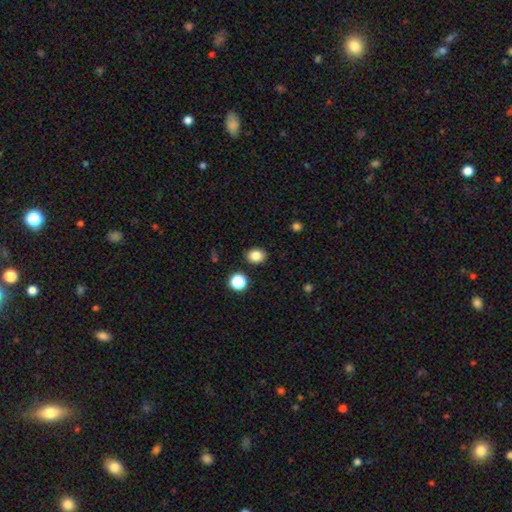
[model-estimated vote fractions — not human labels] smooth 84%, star or artifact 11%, featured or disk 4%. Down the decision tree: how rounded — round (58%); merging — none (88%).